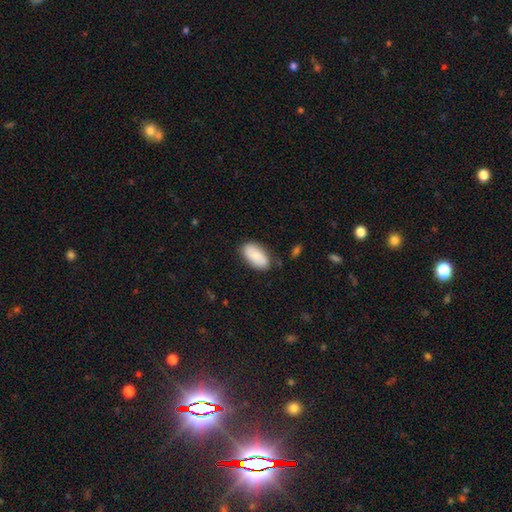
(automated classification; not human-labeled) Smooth or featured: smooth — 79% (featured or disk — 15%)
How rounded: in between — 94% (cigar-shaped — 3%)
Merging: none — 78% (minor disturbance — 16%)